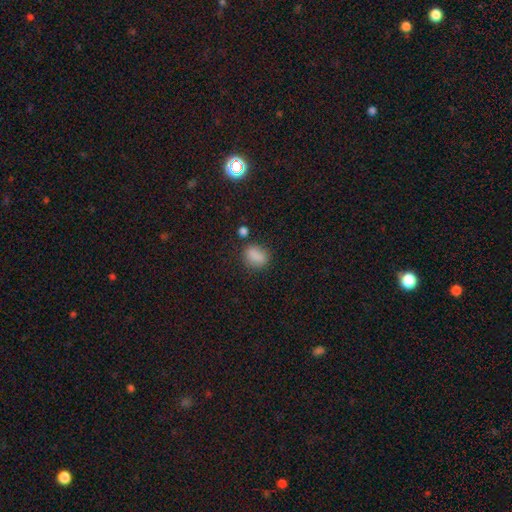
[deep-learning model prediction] Q: Smooth or featured?
A: smooth (83%); runner-up: star or artifact (11%)
Q: How rounded?
A: in between (63%); runner-up: round (35%)
Q: Merging?
A: none (69%); runner-up: minor disturbance (18%)